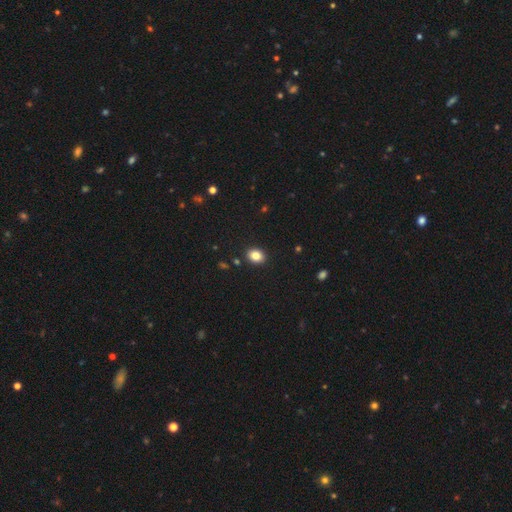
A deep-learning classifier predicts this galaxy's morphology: A smooth galaxy with no disk features (84%) that is in between round and cigar-shaped (57%).

Vote fractions:
- Smooth or featured? smooth: 84% / star or artifact: 10% / featured or disk: 6%
- How rounded? in between: 57% / round: 43% / cigar-shaped: 1%
- Merging? none: 90% / minor disturbance: 7% / major disturbance: 2% / merger: 1%